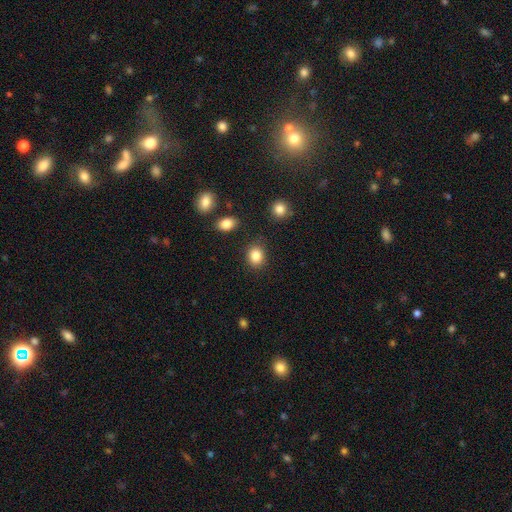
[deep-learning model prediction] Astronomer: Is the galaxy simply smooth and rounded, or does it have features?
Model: smooth — 85%.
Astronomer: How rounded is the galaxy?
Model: round — 62%.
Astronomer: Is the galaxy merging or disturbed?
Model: none — 86%.